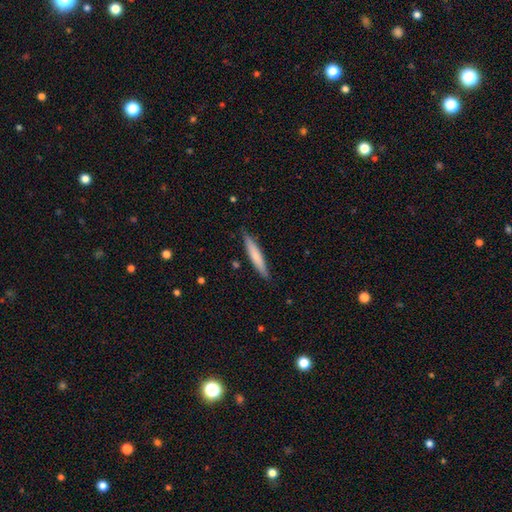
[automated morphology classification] type=smooth (70%); roundness=cigar-shaped (93%); merging=none (87%).